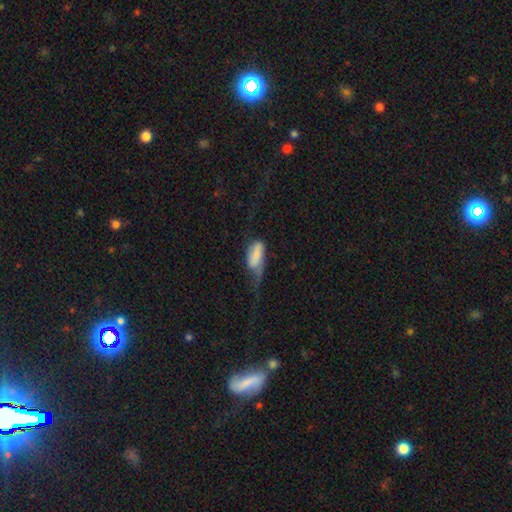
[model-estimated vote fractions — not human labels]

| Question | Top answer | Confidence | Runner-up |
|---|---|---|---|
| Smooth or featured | smooth | 68% | featured or disk (24%) |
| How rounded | in between | 83% | cigar-shaped (14%) |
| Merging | major disturbance | 52% | minor disturbance (27%) |